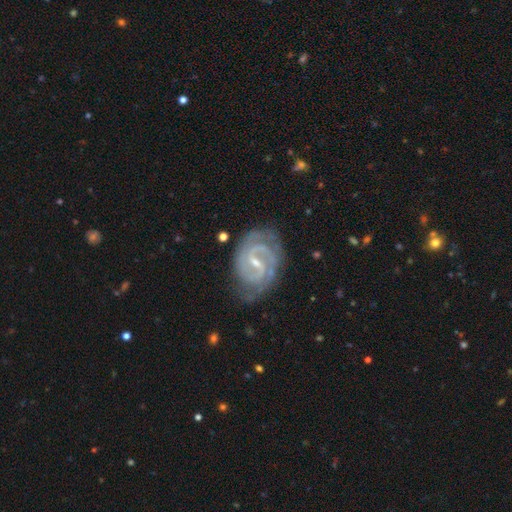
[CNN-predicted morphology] Smooth or featured? Predicted: featured or disk (p=0.83). Edge-on disk? Predicted: no (p=0.97). Bar? Predicted: weak (p=0.50). Spiral arms? Predicted: yes (p=0.97). Spiral winding? Predicted: tight (p=0.69). Spiral arm count? Predicted: 2 (p=0.52). Bulge size? Predicted: small (p=0.64). Merging? Predicted: none (p=0.77).